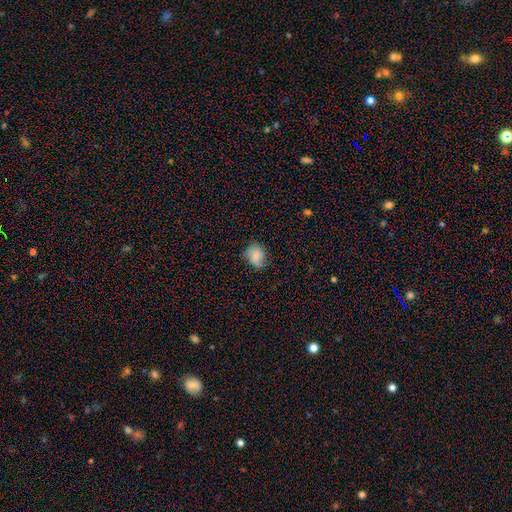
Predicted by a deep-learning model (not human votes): This is likely a smooth galaxy (74%). How rounded: possibly round (53%). Merging: likely none (64%).